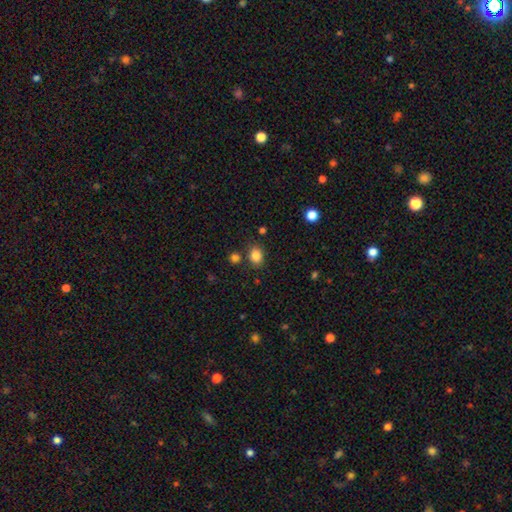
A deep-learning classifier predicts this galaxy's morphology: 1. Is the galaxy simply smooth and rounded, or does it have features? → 84% smooth, 11% star or artifact, 5% featured or disk.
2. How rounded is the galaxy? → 55% in between, 44% round, 1% cigar-shaped.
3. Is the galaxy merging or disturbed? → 78% none, 12% minor disturbance, 7% merger, 4% major disturbance.